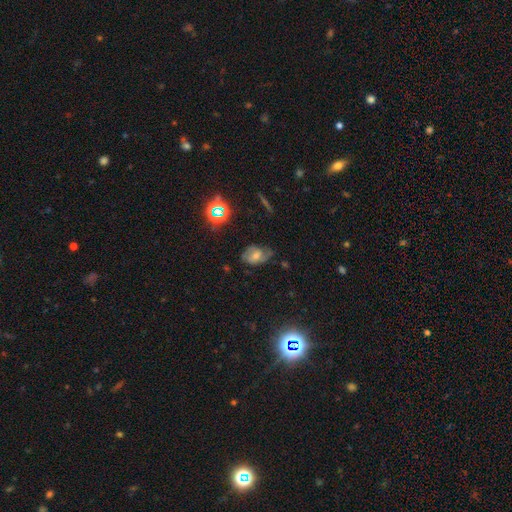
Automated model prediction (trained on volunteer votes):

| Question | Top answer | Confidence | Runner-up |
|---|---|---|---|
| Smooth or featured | featured or disk | 47% | smooth (36%) |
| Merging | none | 49% | minor disturbance (33%) |